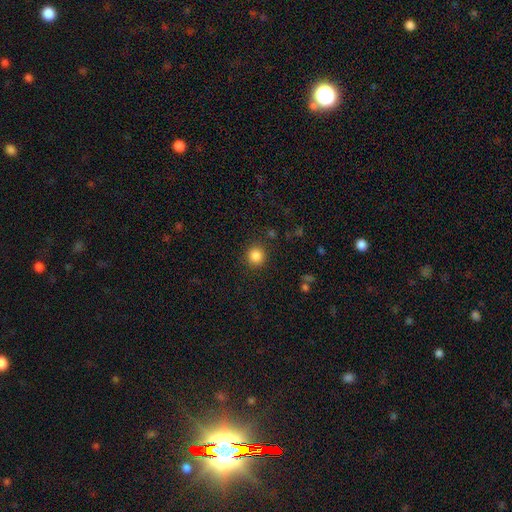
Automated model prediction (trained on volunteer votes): Smooth or featured?
  - smooth: 85% *
  - star or artifact: 11%
  - featured or disk: 4%
How rounded?
  - round: 92% *
  - in between: 7%
  - cigar-shaped: 1%
Merging?
  - none: 89% *
  - minor disturbance: 6%
  - major disturbance: 3%
  - merger: 1%